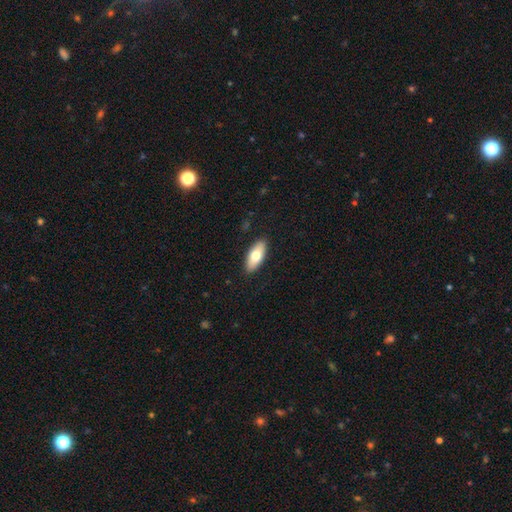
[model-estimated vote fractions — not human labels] Smooth or featured? smooth (72%)
How rounded? in between (84%)
Merging? none (89%)